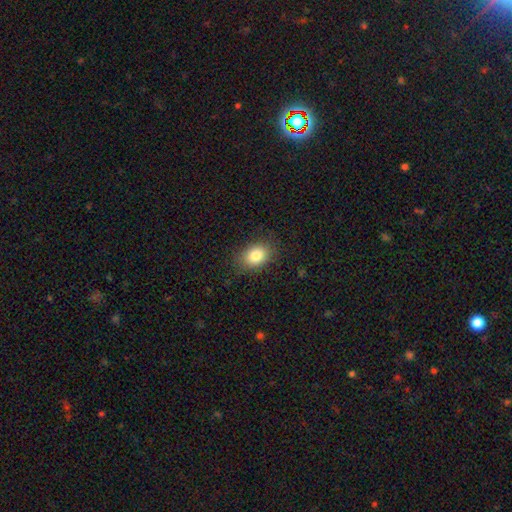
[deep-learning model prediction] Q: Smooth or featured?
A: smooth (83%); runner-up: star or artifact (9%)
Q: How rounded?
A: in between (72%); runner-up: round (27%)
Q: Merging?
A: none (83%); runner-up: minor disturbance (12%)